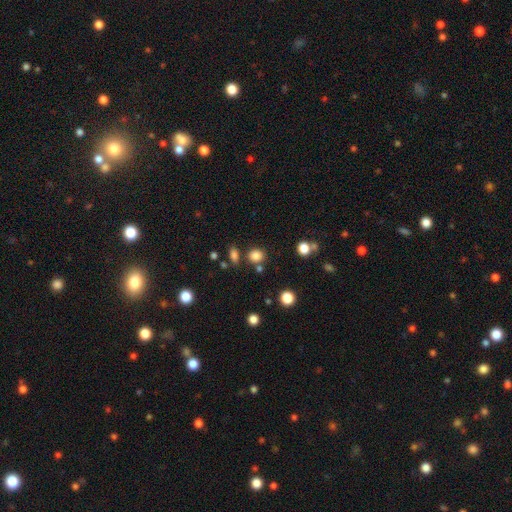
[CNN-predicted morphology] A smooth galaxy with no disk features (83%) that is round (76%).

Vote fractions:
- Smooth or featured? smooth: 83% / star or artifact: 13% / featured or disk: 5%
- How rounded? round: 76% / in between: 23% / cigar-shaped: 1%
- Merging? none: 77% / merger: 10% / minor disturbance: 10% / major disturbance: 4%